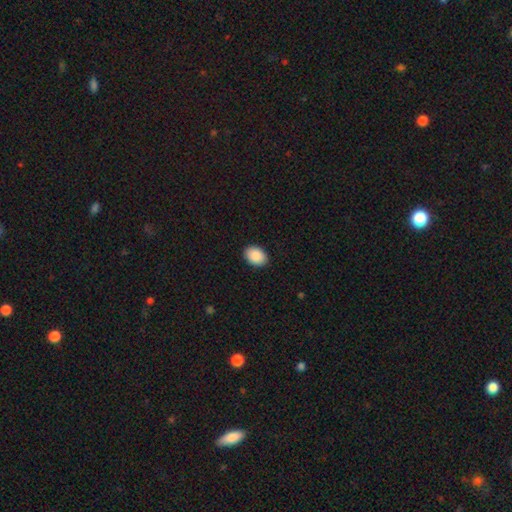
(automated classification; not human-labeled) A smooth galaxy with no disk features (90%) that is in between round and cigar-shaped (72%).

Vote fractions:
- Smooth or featured? smooth: 90% / star or artifact: 7% / featured or disk: 3%
- How rounded? in between: 72% / round: 27% / cigar-shaped: 1%
- Merging? none: 91% / minor disturbance: 7% / major disturbance: 2% / merger: 1%